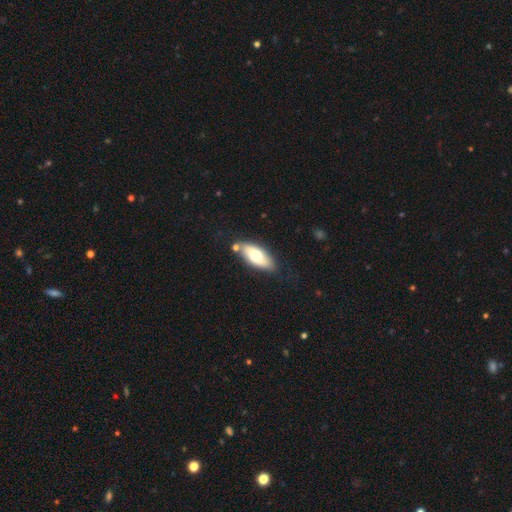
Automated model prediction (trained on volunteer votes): smooth-or-featured: smooth: 64% | featured or disk: 30% | star or artifact: 6%
  how-rounded: in between: 83% | cigar-shaped: 14% | round: 3%
  merging: none: 75% | minor disturbance: 15% | merger: 7% | major disturbance: 3%